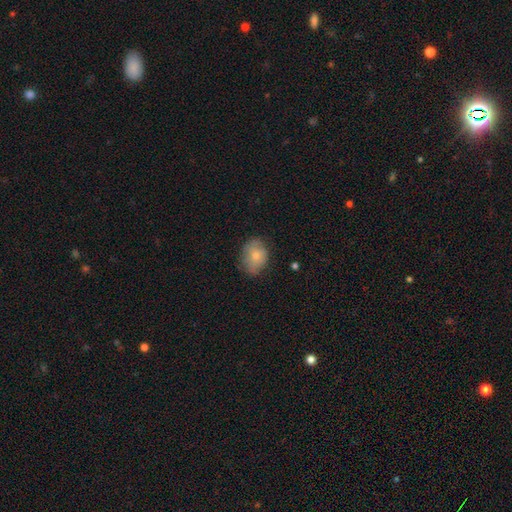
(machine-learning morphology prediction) Q: Smooth or featured?
A: smooth (73%); runner-up: featured or disk (19%)
Q: How rounded?
A: in between (61%); runner-up: round (38%)
Q: Merging?
A: none (64%); runner-up: minor disturbance (27%)